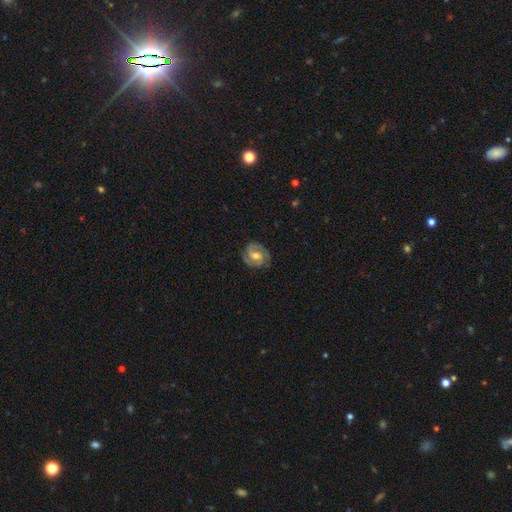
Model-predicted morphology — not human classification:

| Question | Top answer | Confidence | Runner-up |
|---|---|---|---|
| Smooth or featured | featured or disk | 76% | smooth (18%) |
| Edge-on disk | no | 97% | yes (3%) |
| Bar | weak | 50% | no (35%) |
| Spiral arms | yes | 94% | no (6%) |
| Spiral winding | tight | 51% | medium (40%) |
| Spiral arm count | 2 | 71% | 3 (12%) |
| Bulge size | moderate | 64% | small (23%) |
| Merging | none | 80% | minor disturbance (14%) |